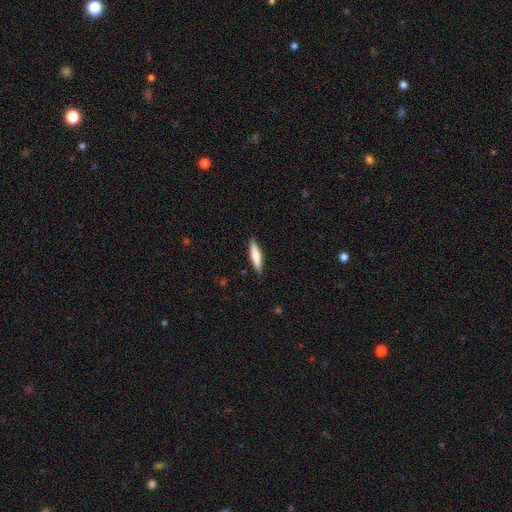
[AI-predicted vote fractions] Morphology: type=smooth (68%); roundness=cigar-shaped (80%); merging=none (89%).